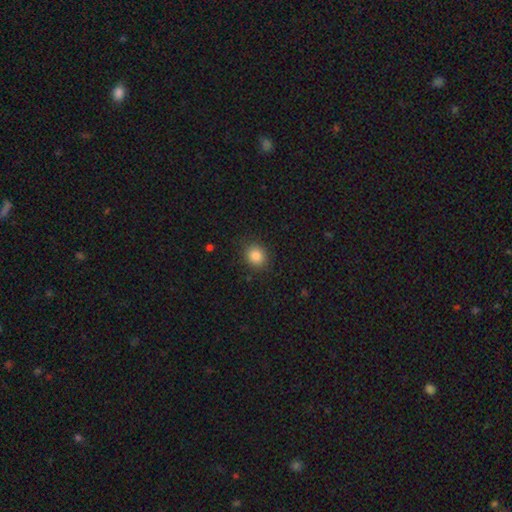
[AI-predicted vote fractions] Smooth or featured? Predicted: smooth (p=0.85). How rounded? Predicted: round (p=0.73). Merging? Predicted: none (p=0.87).